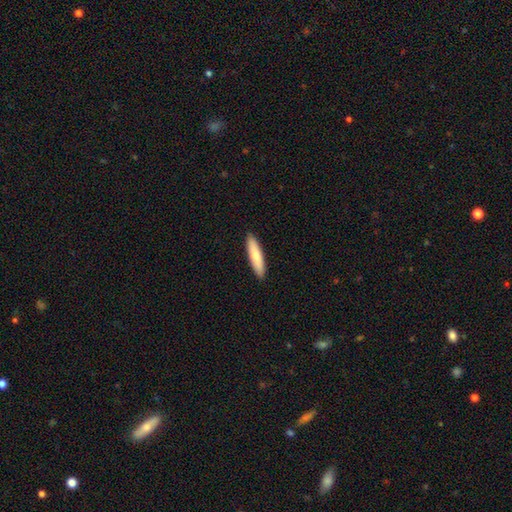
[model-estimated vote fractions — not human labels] smooth-or-featured: smooth: 76% | featured or disk: 19% | star or artifact: 5%
  how-rounded: cigar-shaped: 82% | in between: 17% | round: 1%
  merging: none: 92% | minor disturbance: 6% | major disturbance: 1% | merger: 1%